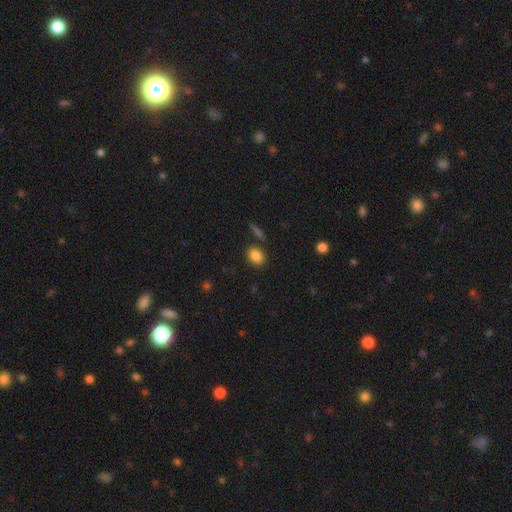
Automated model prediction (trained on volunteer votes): This appears to be a smooth galaxy with no disk features (85%) that is in between round and cigar-shaped (51%). Merging: none (82%).